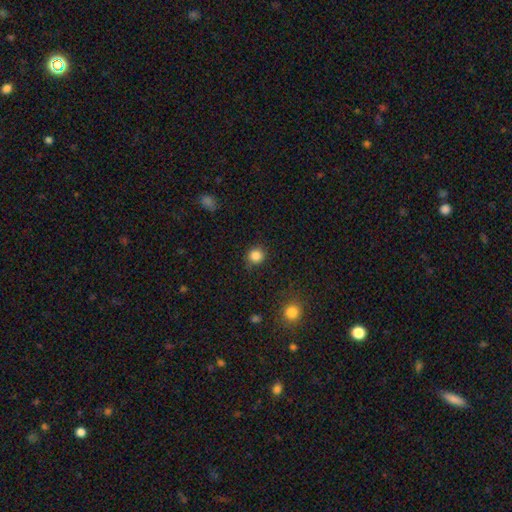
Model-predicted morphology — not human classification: Smooth or featured? smooth (85%)
How rounded? round (91%)
Merging? none (87%)